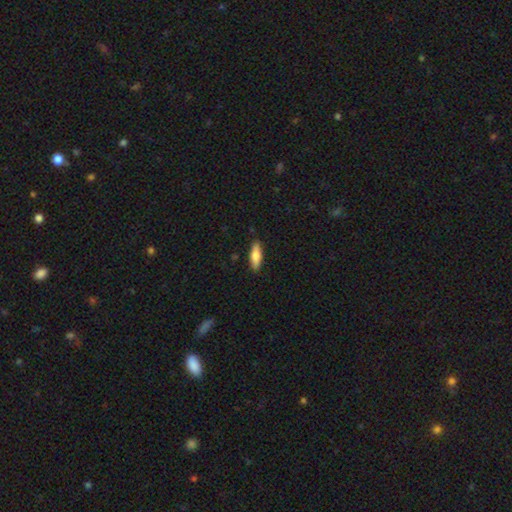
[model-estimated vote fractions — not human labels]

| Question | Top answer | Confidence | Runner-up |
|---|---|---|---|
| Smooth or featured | smooth | 79% | featured or disk (15%) |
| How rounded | in between | 50% | cigar-shaped (48%) |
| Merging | none | 87% | minor disturbance (9%) |